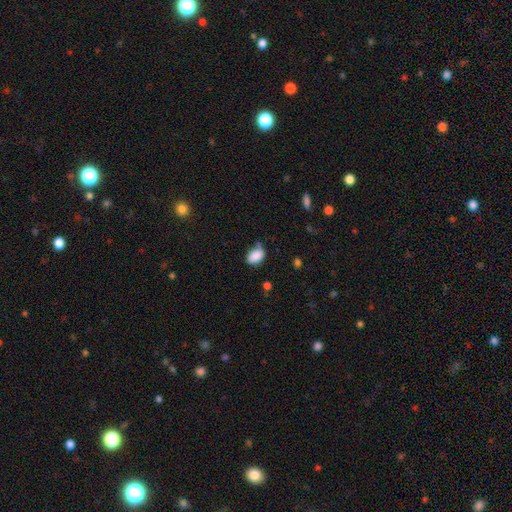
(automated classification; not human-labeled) This is clearly a smooth galaxy (87%). How rounded: clearly in between (83%). Merging: possibly none (60%).